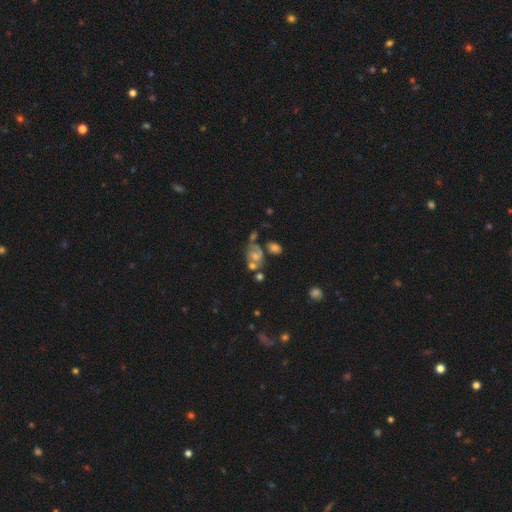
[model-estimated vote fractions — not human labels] Smooth or featured: featured or disk — 50% (smooth — 34%)
Merging: none — 35% (merger — 29%)